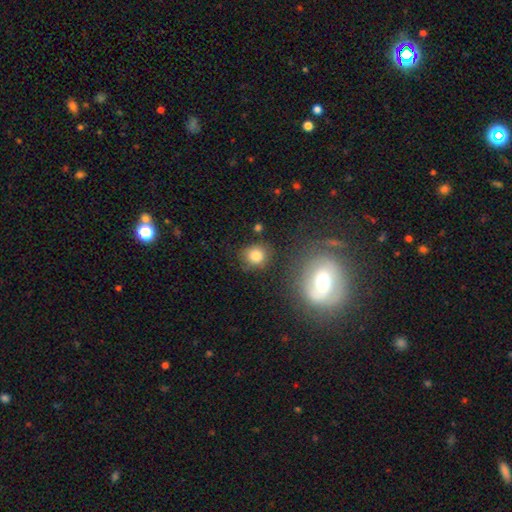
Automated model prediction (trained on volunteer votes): This appears to be a smooth galaxy with no disk features (81%) that is round (80%). Merging: none (76%).